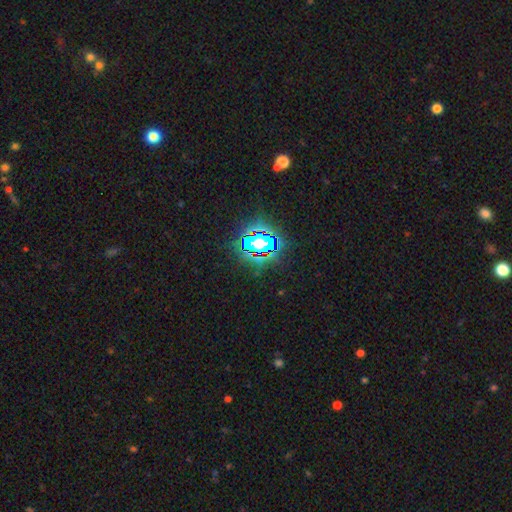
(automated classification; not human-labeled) A star or artifact, not a galaxy (83%).

Vote fractions:
- Smooth or featured? star or artifact: 83% / smooth: 10% / featured or disk: 7%